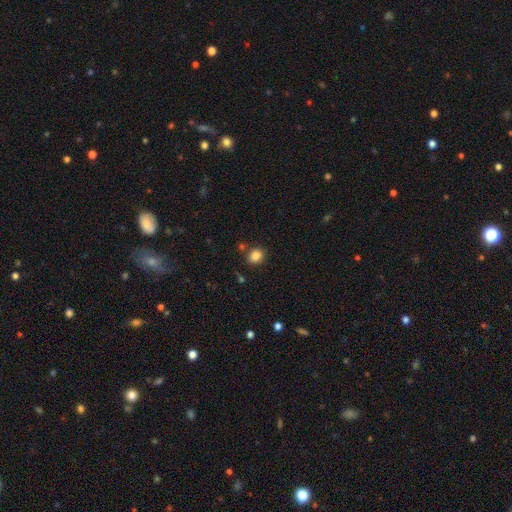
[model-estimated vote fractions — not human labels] A smooth galaxy with no disk features (84%) that is round (69%).

Vote fractions:
- Smooth or featured? smooth: 84% / star or artifact: 11% / featured or disk: 5%
- How rounded? round: 69% / in between: 30% / cigar-shaped: 1%
- Merging? none: 81% / minor disturbance: 9% / merger: 7% / major disturbance: 3%